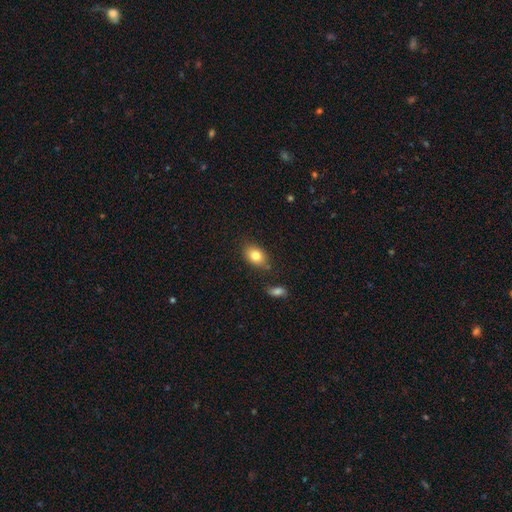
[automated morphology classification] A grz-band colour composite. It shows a smooth galaxy with no disk features (81%) that is in between round and cigar-shaped (79%). Merging: none (77%).